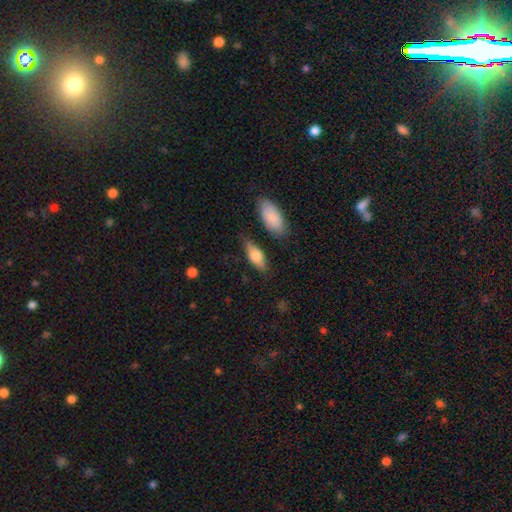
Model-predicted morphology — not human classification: A smooth galaxy with no disk features (68%) that is in between round and cigar-shaped (73%). Merging: none (74%).